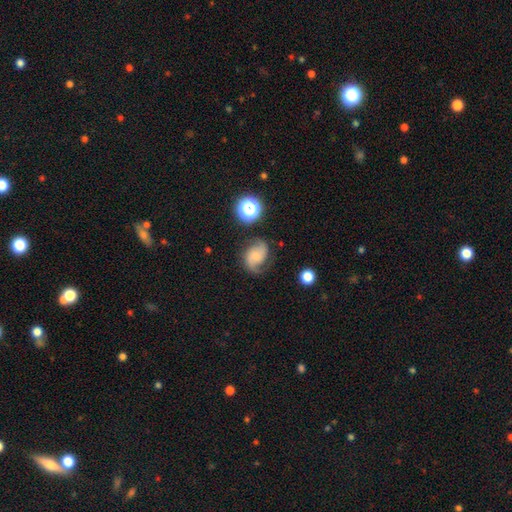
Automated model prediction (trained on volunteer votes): Smooth or featured? Predicted: featured or disk (p=0.67). Edge-on disk? Predicted: no (p=0.98). Bar? Predicted: no (p=0.64). Spiral arms? Predicted: yes (p=0.94). Spiral winding? Predicted: medium (p=0.44). Spiral arm count? Predicted: 2 (p=0.84). Bulge size? Predicted: small (p=0.45). Merging? Predicted: none (p=0.63).